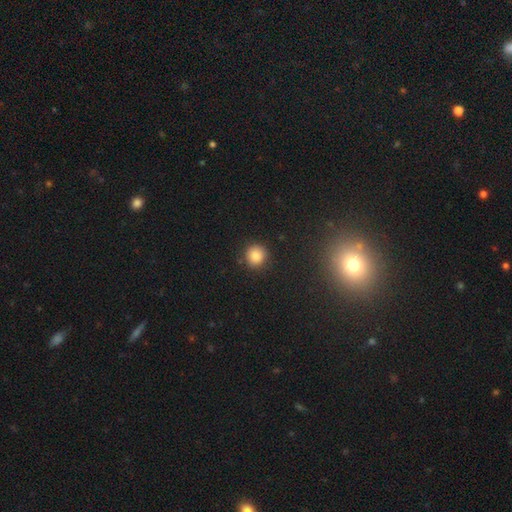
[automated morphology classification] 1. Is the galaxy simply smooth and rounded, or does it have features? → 86% smooth, 10% star or artifact, 4% featured or disk.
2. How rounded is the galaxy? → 90% round, 9% in between, 1% cigar-shaped.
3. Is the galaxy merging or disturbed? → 87% none, 8% minor disturbance, 3% major disturbance, 2% merger.